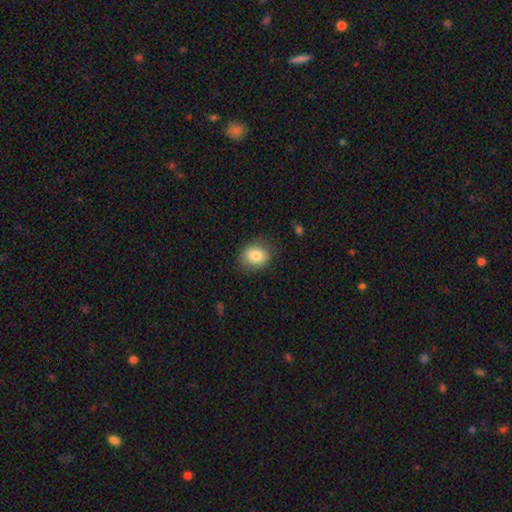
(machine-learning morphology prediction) Smooth or featured? Predicted: smooth (p=0.82). How rounded? Predicted: round (p=0.54). Merging? Predicted: none (p=0.82).